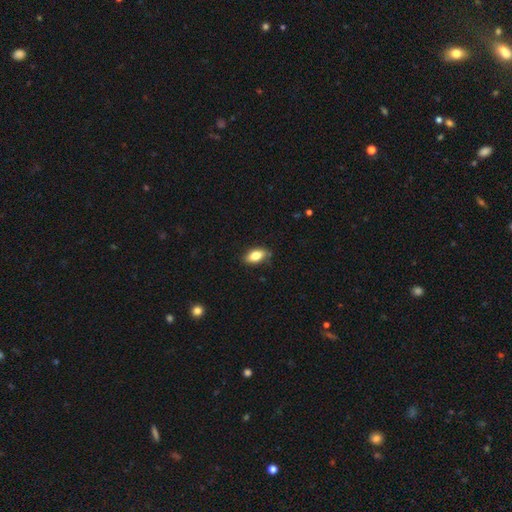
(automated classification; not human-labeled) This appears to be a smooth galaxy with no disk features (78%) that is in between round and cigar-shaped (88%). Merging: none (81%).